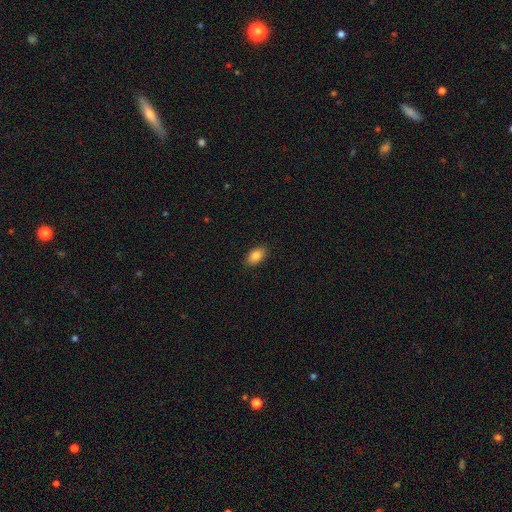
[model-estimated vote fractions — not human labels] Overall: smooth (85%). How rounded: in between (92%). Merging: none (89%).